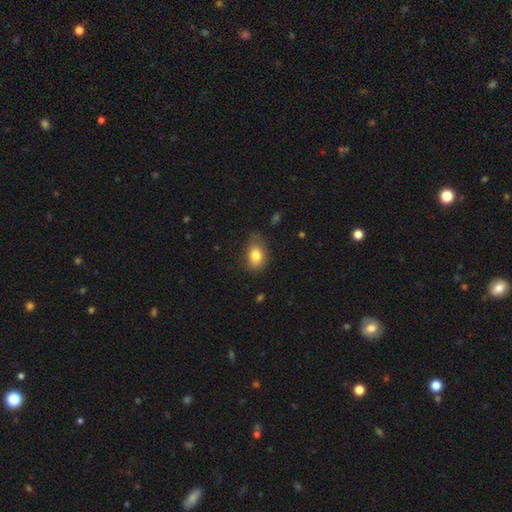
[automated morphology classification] A smooth galaxy with no disk features (80%) that is in between round and cigar-shaped (78%). Merging: none (64%).